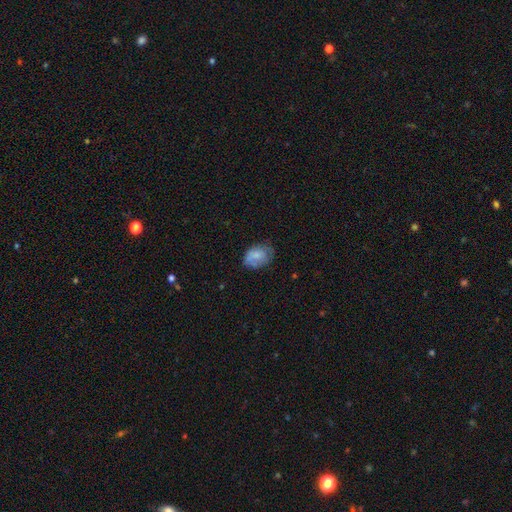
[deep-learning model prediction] Overall: smooth (69%). How rounded: in between (79%). Merging: none (56%; minor disturbance 30%).